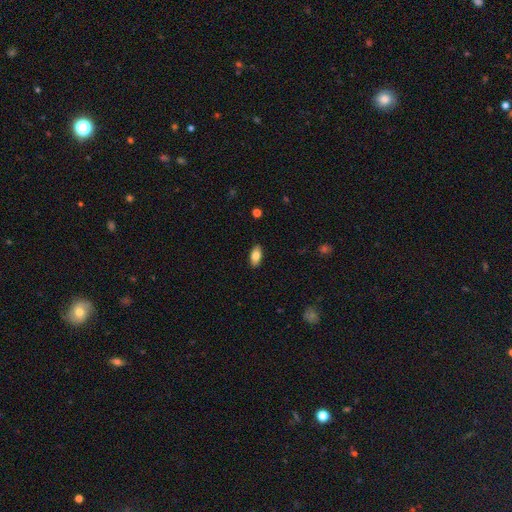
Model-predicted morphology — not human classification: Q: Smooth or featured?
A: smooth (83%); runner-up: featured or disk (10%)
Q: How rounded?
A: in between (90%); runner-up: cigar-shaped (7%)
Q: Merging?
A: none (88%); runner-up: minor disturbance (9%)